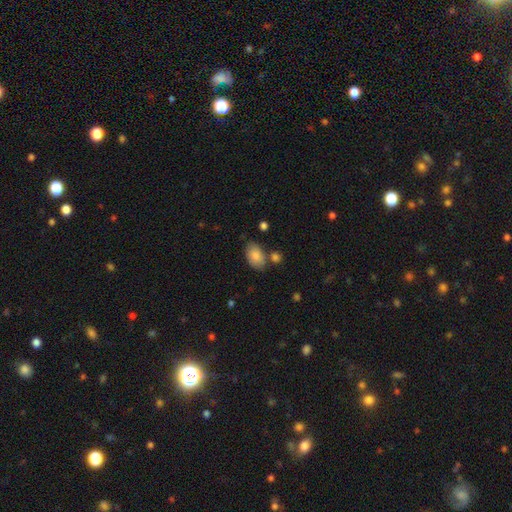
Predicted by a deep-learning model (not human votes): Smooth or featured? smooth (83%)
How rounded? in between (91%)
Merging? none (69%)